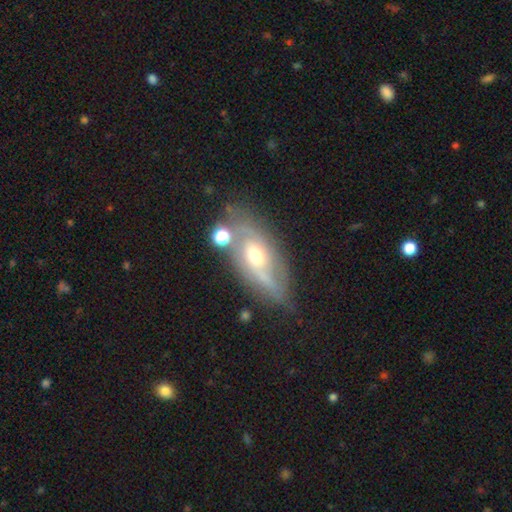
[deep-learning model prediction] Smooth or featured: featured or disk — 67% (smooth — 24%)
Edge-on disk: no — 81% (yes — 19%)
Bar: no — 65% (weak — 27%)
Spiral arms: yes — 69% (no — 31%)
Bulge size: moderate — 66% (small — 26%)
Merging: none — 62% (minor disturbance — 21%)